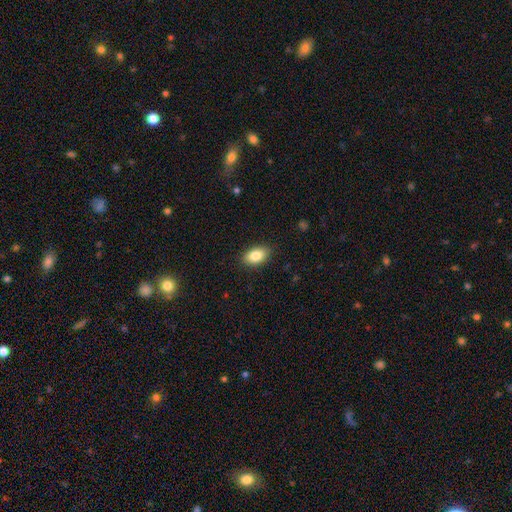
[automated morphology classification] smooth-or-featured: smooth: 86% | featured or disk: 7% | star or artifact: 7%
  how-rounded: in between: 91% | round: 7% | cigar-shaped: 2%
  merging: none: 88% | minor disturbance: 9% | major disturbance: 2% | merger: 1%